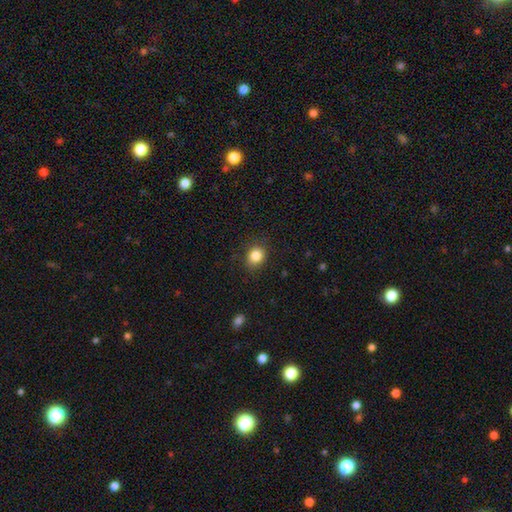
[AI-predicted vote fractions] smooth 85%, star or artifact 10%, featured or disk 5%. Down the decision tree: how rounded — round (65%); merging — none (83%).